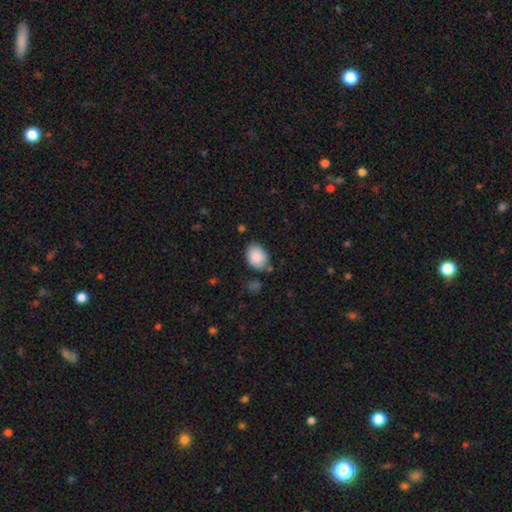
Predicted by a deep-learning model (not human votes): Smooth or featured?
  - smooth: 89% *
  - star or artifact: 7%
  - featured or disk: 5%
How rounded?
  - in between: 77% *
  - round: 22%
  - cigar-shaped: 1%
Merging?
  - none: 72% *
  - minor disturbance: 20%
  - major disturbance: 4%
  - merger: 4%